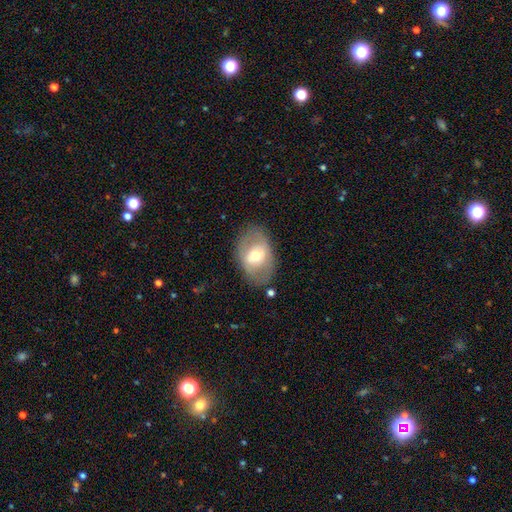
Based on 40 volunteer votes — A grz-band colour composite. It shows a featured or disk galaxy (52%) with a weak bar (52%), no spiral arms (76%) and a moderate central bulge (71%). Merging: none (92%).